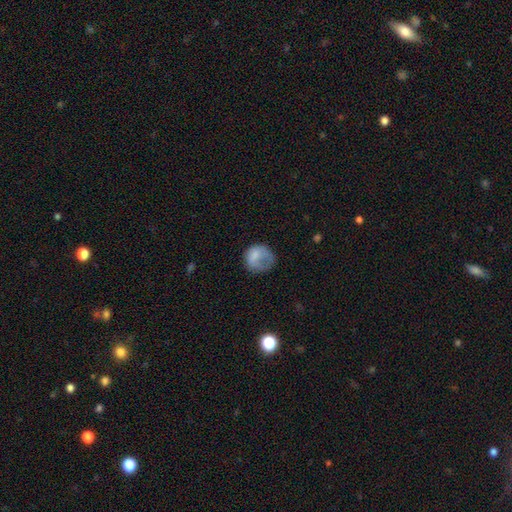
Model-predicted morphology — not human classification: type=smooth (73%); roundness=round (70%); merging=none (37%).